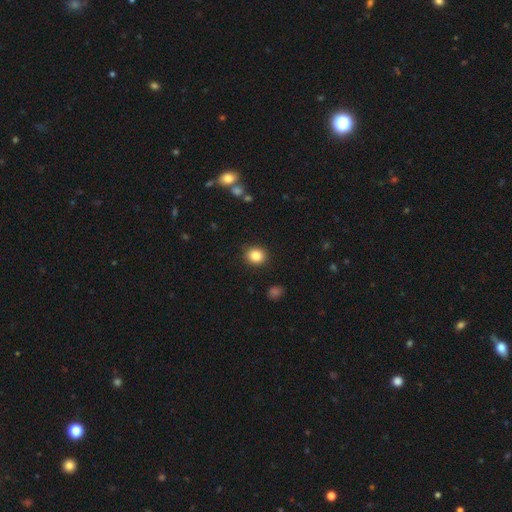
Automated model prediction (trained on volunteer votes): Q: Smooth or featured?
A: smooth (85%); runner-up: star or artifact (10%)
Q: How rounded?
A: round (78%); runner-up: in between (21%)
Q: Merging?
A: none (90%); runner-up: minor disturbance (7%)